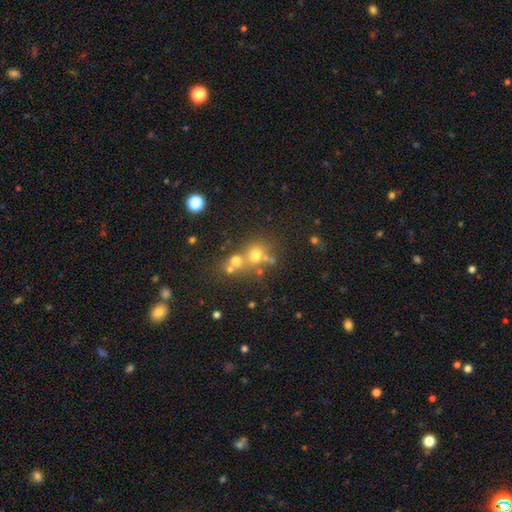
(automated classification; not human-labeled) Smooth or featured? Predicted: smooth (p=0.61). How rounded? Predicted: round (p=0.81). Merging? Predicted: none (p=0.44).